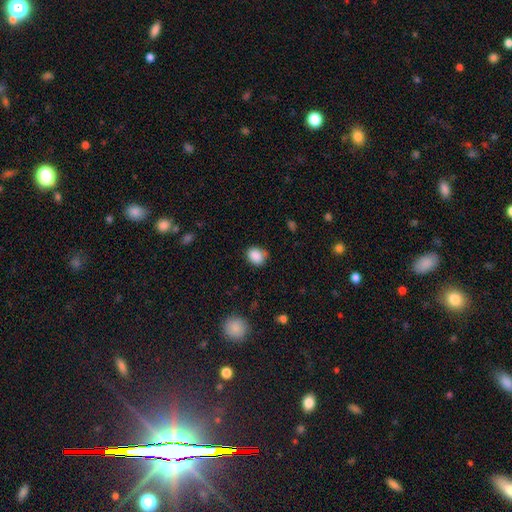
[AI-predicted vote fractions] smooth_or_featured: smooth (p=0.87) [alt: star or artifact p=0.09]
how_rounded: round (p=0.50) [alt: in between p=0.49]
merging: none (p=0.71) [alt: minor disturbance p=0.22]